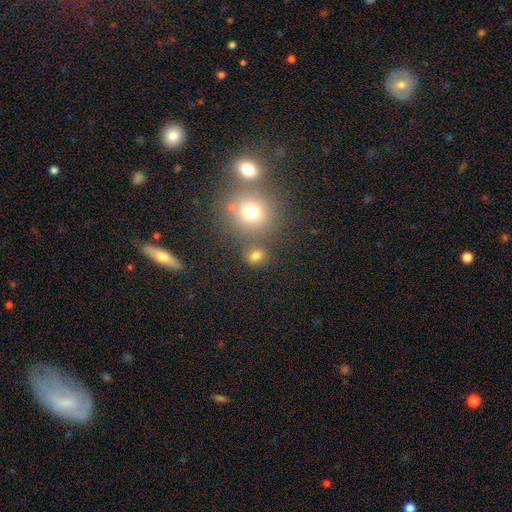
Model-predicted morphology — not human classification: A smooth galaxy with no disk features (72%) that is round (69%). Merging: none (67%).